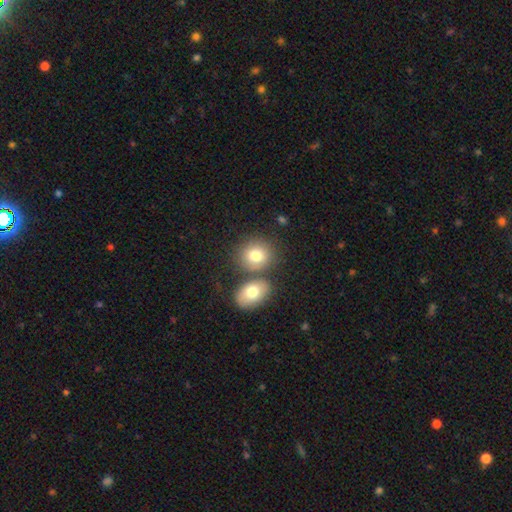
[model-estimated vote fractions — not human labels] Overall: smooth (78%). How rounded: round (67%; in between 32%). Merging: none (59%; merger 28%).